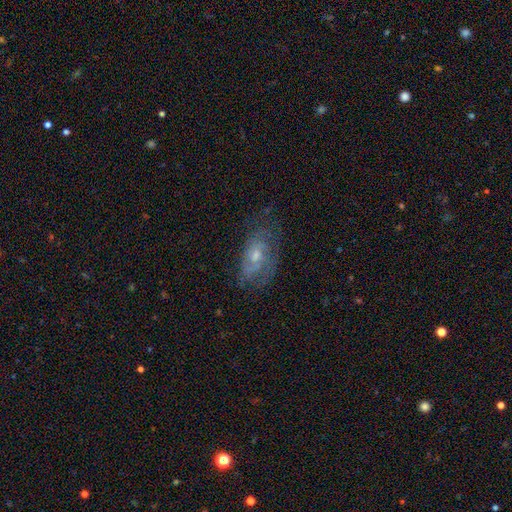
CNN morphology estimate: The model was most divided on "bulge size": moderate: 54%, small: 39%, large: 4%, none: 3%, dominant: 1%. More confident: edge-on disk — no (93%); spiral arms — yes (80%); bar — no (71%); smooth or featured — featured or disk (66%); merging — none (63%).